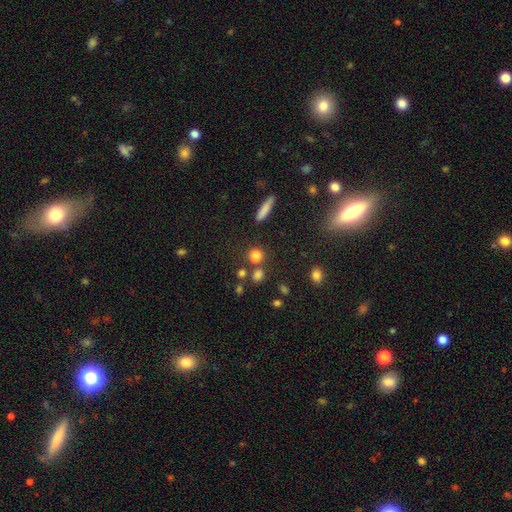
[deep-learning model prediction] Overall: smooth (77%). How rounded: round (84%). Merging: none (68%).